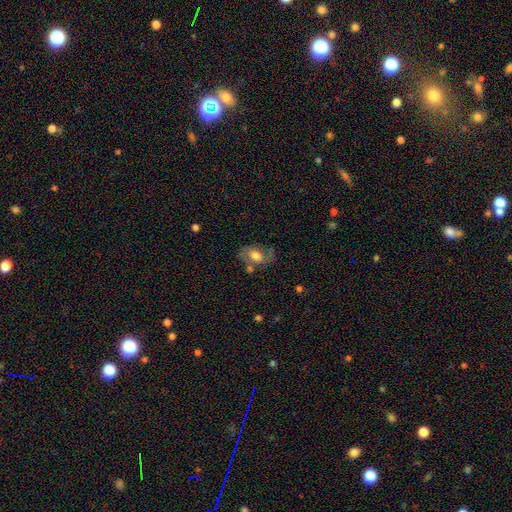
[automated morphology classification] smooth_or_featured: smooth (p=0.51) [alt: featured or disk p=0.41]
how_rounded: in between (p=0.82) [alt: round p=0.16]
merging: none (p=0.53) [alt: minor disturbance p=0.24]